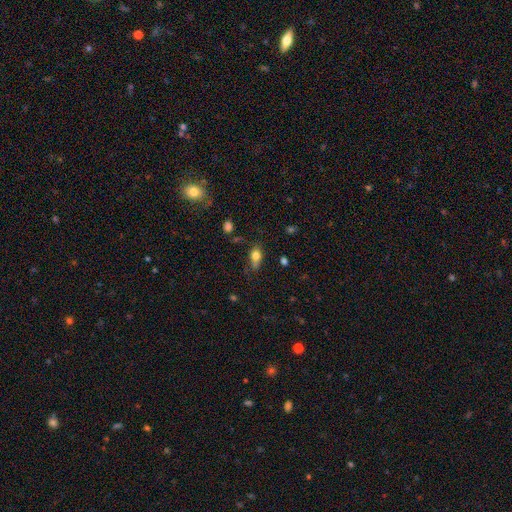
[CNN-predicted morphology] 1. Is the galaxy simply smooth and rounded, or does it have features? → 76% smooth, 14% featured or disk, 10% star or artifact.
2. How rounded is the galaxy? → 73% in between, 19% round, 7% cigar-shaped.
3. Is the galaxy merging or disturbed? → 59% none, 28% minor disturbance, 8% major disturbance, 5% merger.